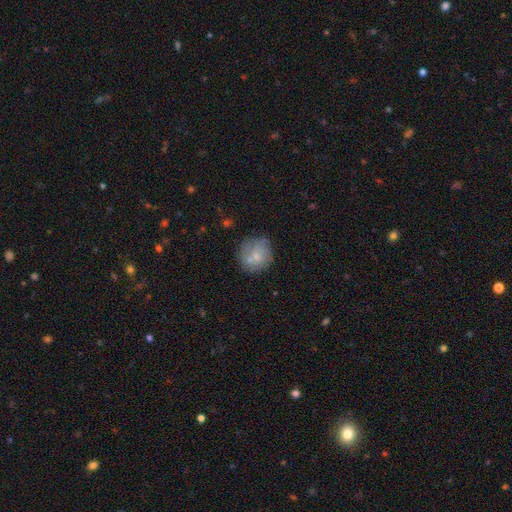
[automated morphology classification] This appears to be a smooth galaxy with no disk features (62%) that is round (87%). Merging: none (62%).